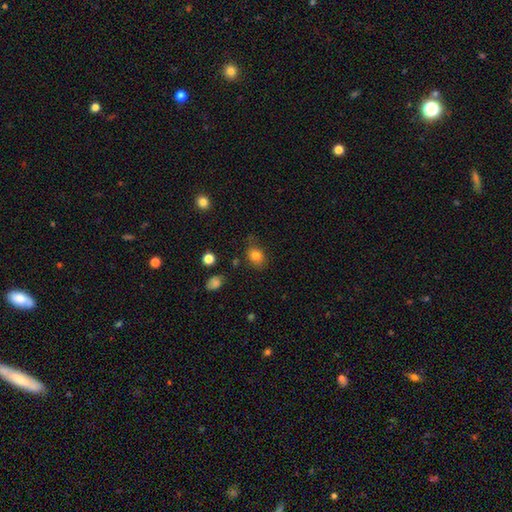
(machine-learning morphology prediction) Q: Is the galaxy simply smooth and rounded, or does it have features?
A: smooth — 80%.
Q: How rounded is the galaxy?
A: round — 52%.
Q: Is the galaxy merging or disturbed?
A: none — 75%.